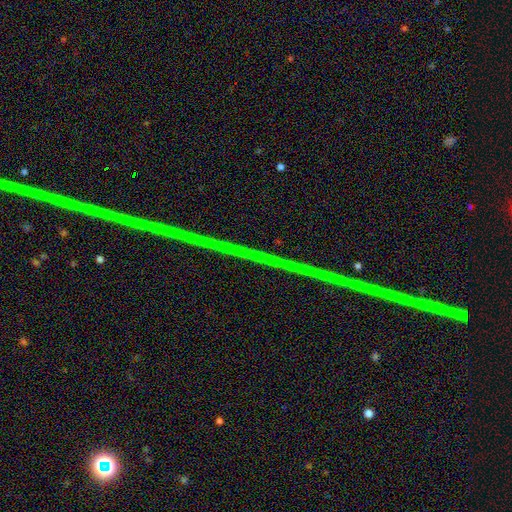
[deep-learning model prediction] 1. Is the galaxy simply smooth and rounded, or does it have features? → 80% star or artifact, 14% featured or disk, 7% smooth.